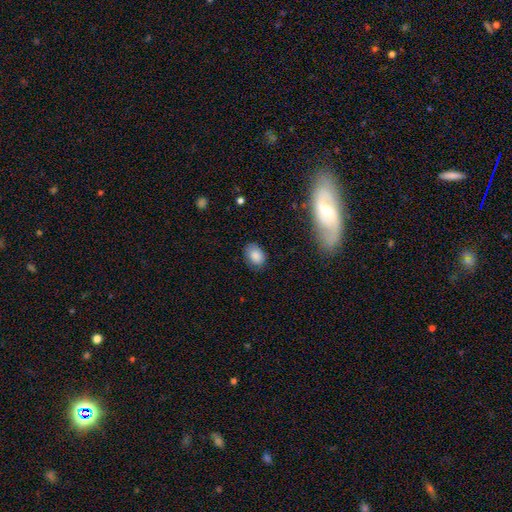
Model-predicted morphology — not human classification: The model was most divided on "how rounded": in between: 77%, round: 22%, cigar-shaped: 1%. More confident: smooth or featured — smooth (84%); merging — none (79%).